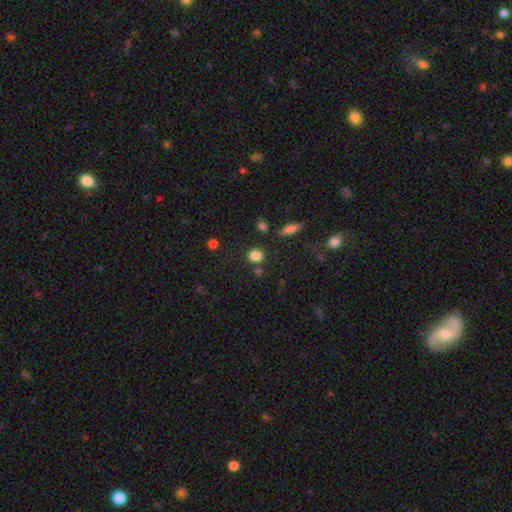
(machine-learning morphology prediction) type=smooth (83%); roundness=round (62%); merging=none (78%).